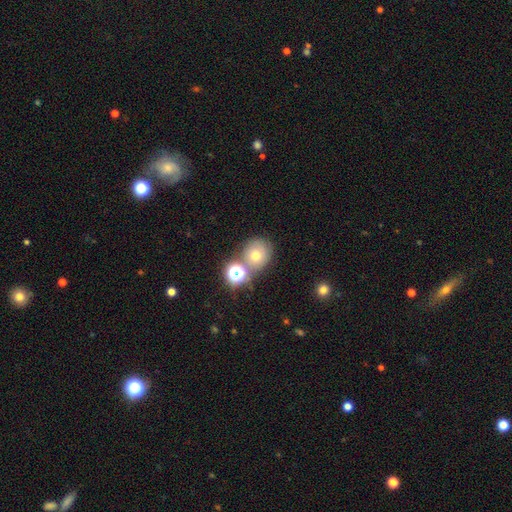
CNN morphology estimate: type=smooth (66%); roundness=round (82%); merging=none (61%).